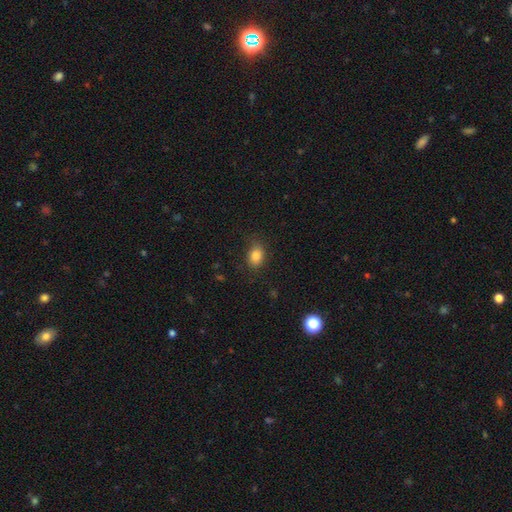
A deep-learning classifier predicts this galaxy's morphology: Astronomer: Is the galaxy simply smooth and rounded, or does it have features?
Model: smooth — 85%.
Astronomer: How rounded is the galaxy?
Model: in between — 70%.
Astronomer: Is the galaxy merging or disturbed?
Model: none — 78%.